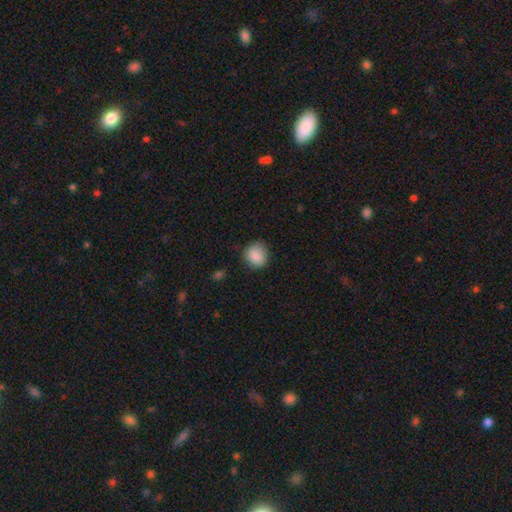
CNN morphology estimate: This is clearly a smooth galaxy (86%). How rounded: clearly round (80%). Merging: likely none (76%).